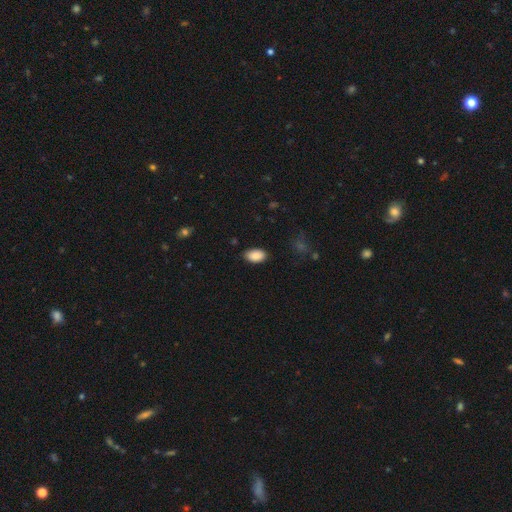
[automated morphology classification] A smooth galaxy with no disk features (89%) that is in between round and cigar-shaped (93%).

Vote fractions:
- Smooth or featured? smooth: 89% / star or artifact: 7% / featured or disk: 4%
- How rounded? in between: 93% / round: 5% / cigar-shaped: 2%
- Merging? none: 85% / minor disturbance: 11% / major disturbance: 2% / merger: 1%